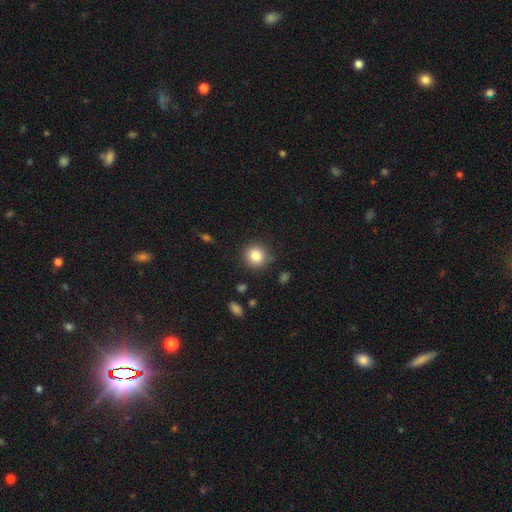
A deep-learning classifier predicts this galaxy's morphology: Overall: smooth (85%). How rounded: round (91%). Merging: none (86%).